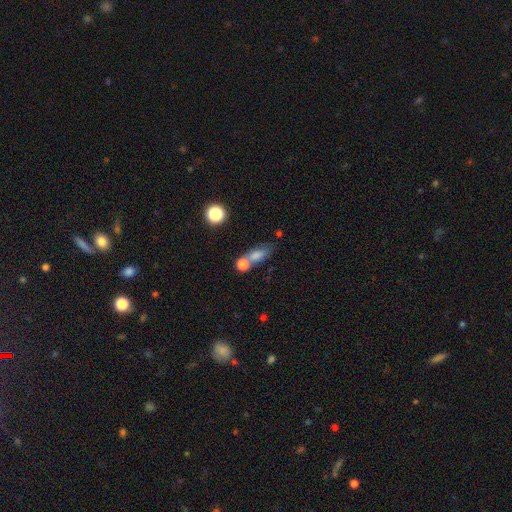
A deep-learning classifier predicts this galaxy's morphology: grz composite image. It shows a smooth galaxy with no disk features (74%) that is in between round and cigar-shaped (63%). Merging: none (42%).